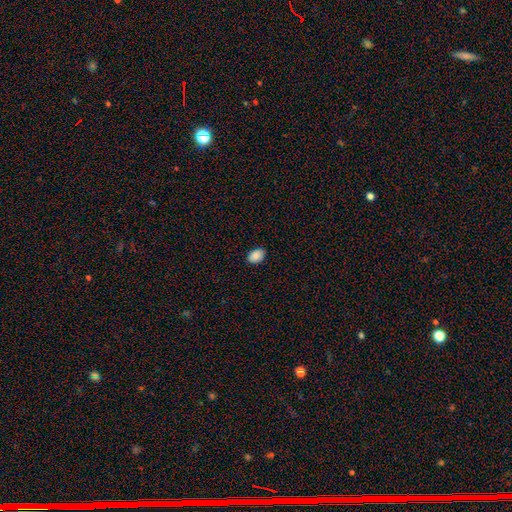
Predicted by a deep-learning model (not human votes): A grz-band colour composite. It shows a smooth galaxy with no disk features (88%) that is in between round and cigar-shaped (87%). Merging: none (87%).